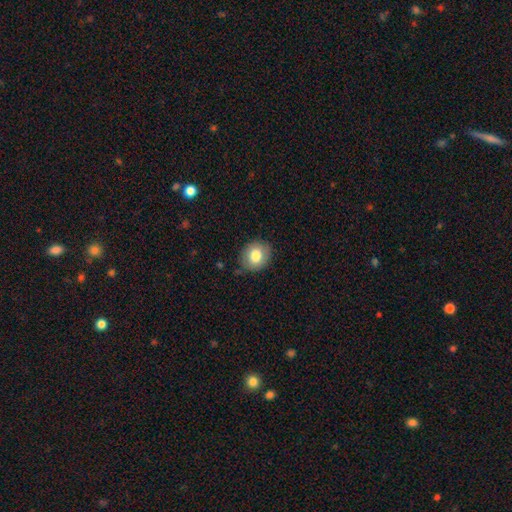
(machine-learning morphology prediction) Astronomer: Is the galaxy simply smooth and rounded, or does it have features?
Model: smooth — 80%.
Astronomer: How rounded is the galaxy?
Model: round — 66%.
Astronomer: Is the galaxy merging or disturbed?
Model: none — 83%.